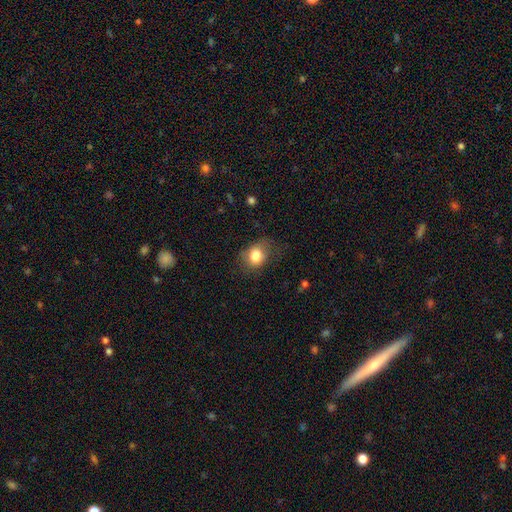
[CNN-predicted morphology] Q: Smooth or featured?
A: smooth (80%); runner-up: featured or disk (11%)
Q: How rounded?
A: in between (60%); runner-up: round (39%)
Q: Merging?
A: none (57%); runner-up: minor disturbance (28%)